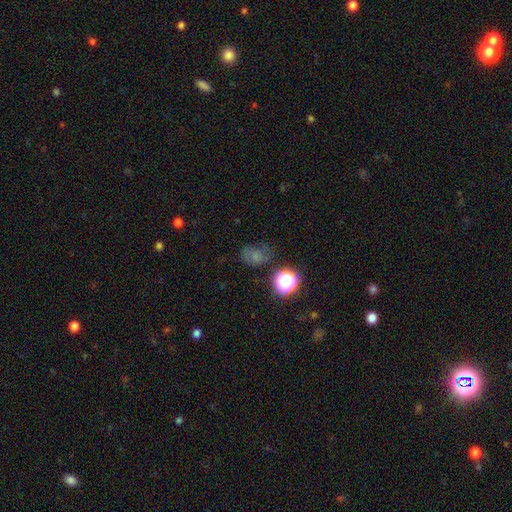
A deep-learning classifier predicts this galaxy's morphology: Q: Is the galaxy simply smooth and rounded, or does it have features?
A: smooth — 56%.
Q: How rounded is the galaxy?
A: round — 52%.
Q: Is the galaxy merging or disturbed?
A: none — 57%.